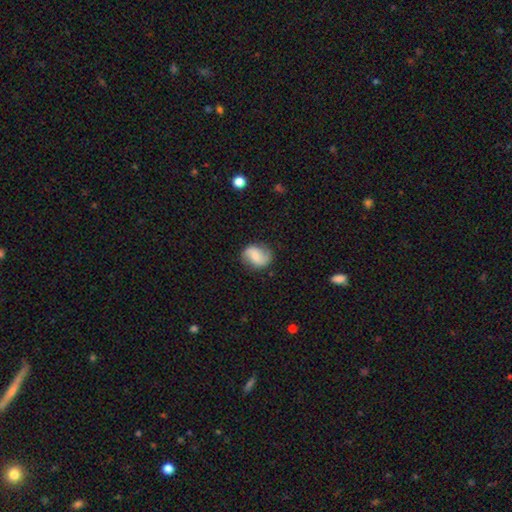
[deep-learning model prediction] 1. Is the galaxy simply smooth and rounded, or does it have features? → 50% featured or disk, 41% smooth, 8% star or artifact.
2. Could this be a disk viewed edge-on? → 97% no, 3% yes.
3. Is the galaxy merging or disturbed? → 76% none, 17% minor disturbance, 5% major disturbance, 1% merger.